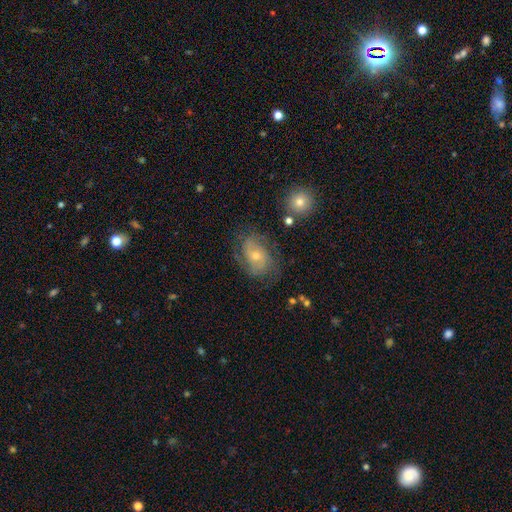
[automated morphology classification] Smooth or featured: featured or disk — 72% (smooth — 18%)
Edge-on disk: no — 97% (yes — 3%)
Bar: no — 68% (weak — 27%)
Spiral arms: yes — 90% (no — 10%)
Spiral winding: tight — 45% (medium — 40%)
Spiral arm count: 2 — 45% (can't tell — 28%)
Bulge size: moderate — 49% (small — 47%)
Merging: none — 70% (minor disturbance — 18%)